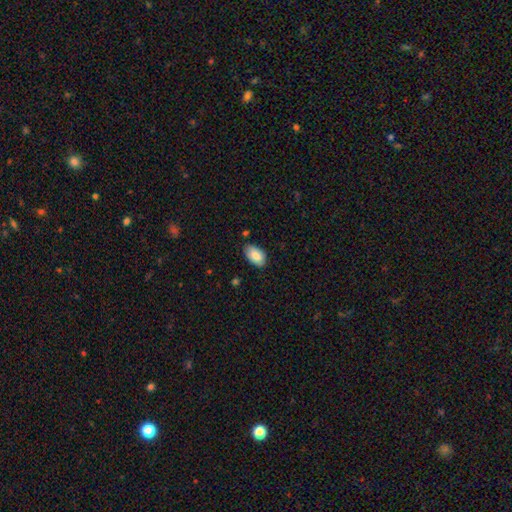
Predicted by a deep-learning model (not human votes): This is clearly a smooth galaxy (85%). How rounded: clearly in between (94%). Merging: clearly none (80%).